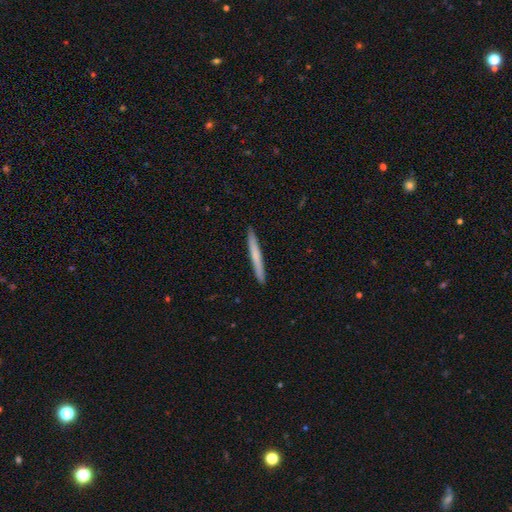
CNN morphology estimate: Smooth or featured? smooth (62%)
How rounded? cigar-shaped (97%)
Merging? none (93%)